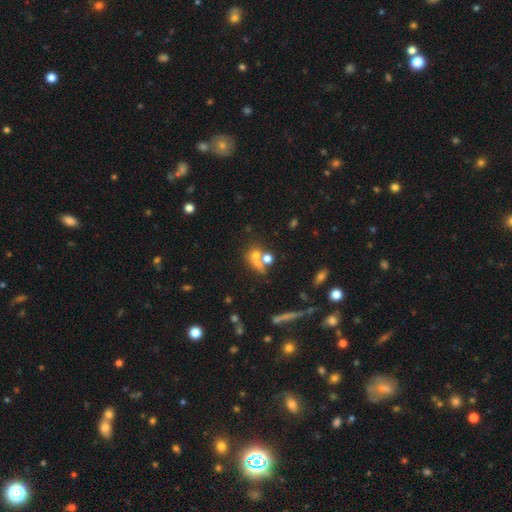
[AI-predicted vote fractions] smooth 59%, featured or disk 22%, star or artifact 19%. Down the decision tree: how rounded — round (66%); merging — merger (50%).